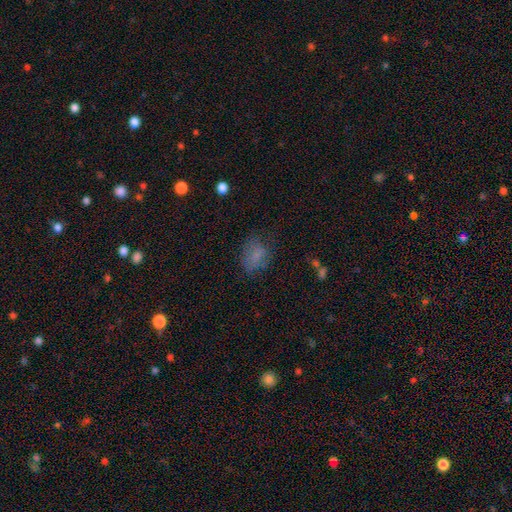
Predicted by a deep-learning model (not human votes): Q: Smooth or featured?
A: smooth (72%); runner-up: featured or disk (15%)
Q: How rounded?
A: in between (72%); runner-up: round (26%)
Q: Merging?
A: none (60%); runner-up: minor disturbance (24%)